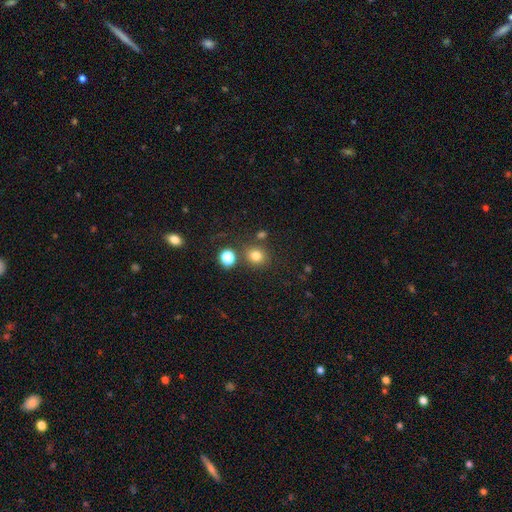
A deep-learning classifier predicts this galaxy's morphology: smooth-or-featured: smooth: 77% | star or artifact: 16% | featured or disk: 7%
  how-rounded: round: 80% | in between: 19% | cigar-shaped: 1%
  merging: none: 77% | merger: 10% | minor disturbance: 9% | major disturbance: 4%